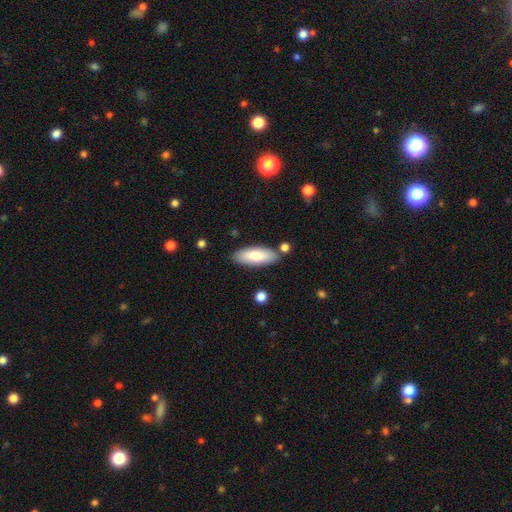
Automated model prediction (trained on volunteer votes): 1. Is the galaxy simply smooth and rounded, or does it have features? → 78% smooth, 16% featured or disk, 5% star or artifact.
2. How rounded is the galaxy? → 70% in between, 29% cigar-shaped, 2% round.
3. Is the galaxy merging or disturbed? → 82% none, 11% minor disturbance, 5% merger, 2% major disturbance.